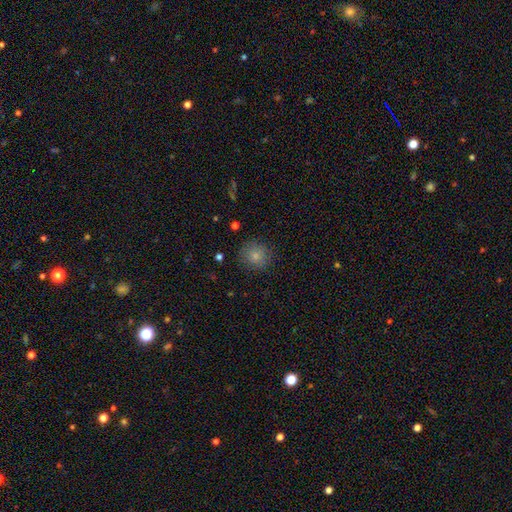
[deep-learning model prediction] Smooth or featured?
  - smooth: 82% *
  - star or artifact: 11%
  - featured or disk: 7%
How rounded?
  - round: 89% *
  - in between: 10%
  - cigar-shaped: 1%
Merging?
  - none: 86% *
  - minor disturbance: 10%
  - major disturbance: 3%
  - merger: 1%